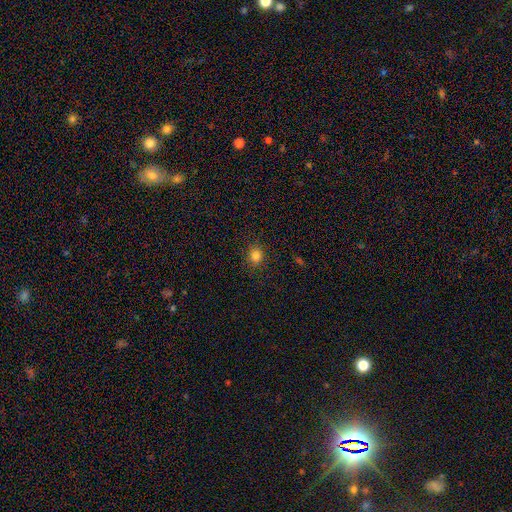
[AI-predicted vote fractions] A smooth galaxy with no disk features (82%) that is round (84%). Merging: none (88%).